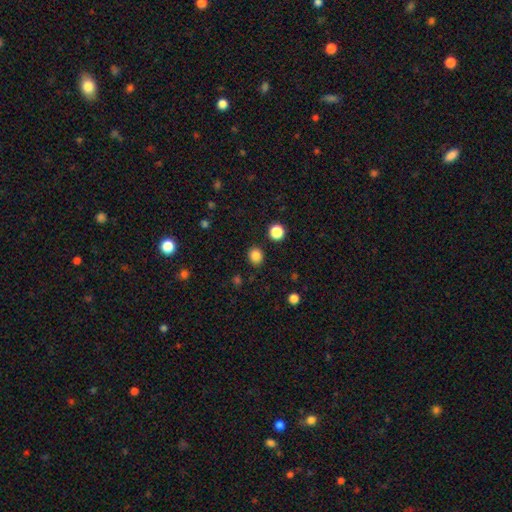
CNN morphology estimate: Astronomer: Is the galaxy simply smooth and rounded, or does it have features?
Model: smooth — 84%.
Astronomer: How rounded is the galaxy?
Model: round — 77%.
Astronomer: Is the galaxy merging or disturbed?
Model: none — 89%.